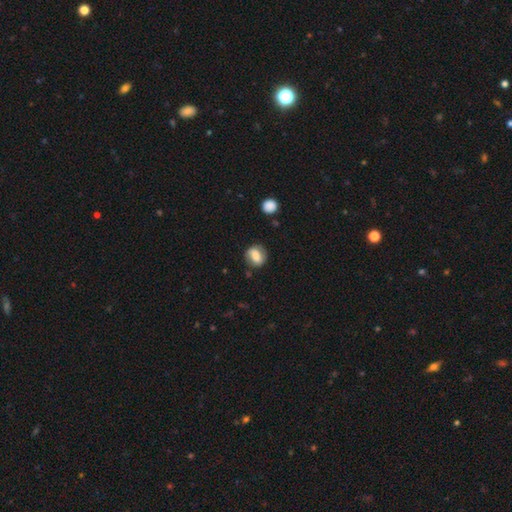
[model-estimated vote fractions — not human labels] Q: Smooth or featured?
A: smooth (60%); runner-up: featured or disk (31%)
Q: How rounded?
A: round (61%); runner-up: in between (38%)
Q: Merging?
A: none (75%); runner-up: minor disturbance (17%)